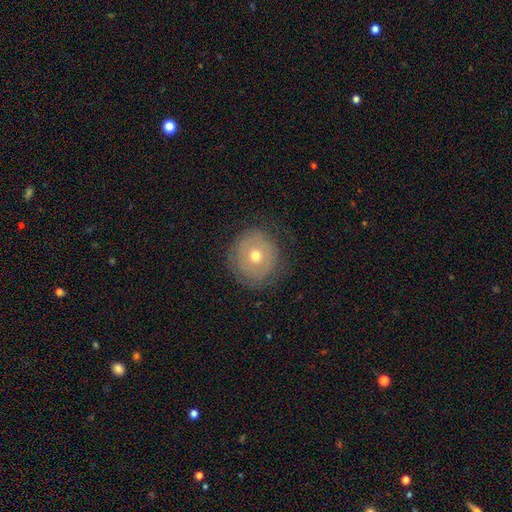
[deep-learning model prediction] Smooth or featured? Predicted: smooth (p=0.50). Merging? Predicted: none (p=0.77).